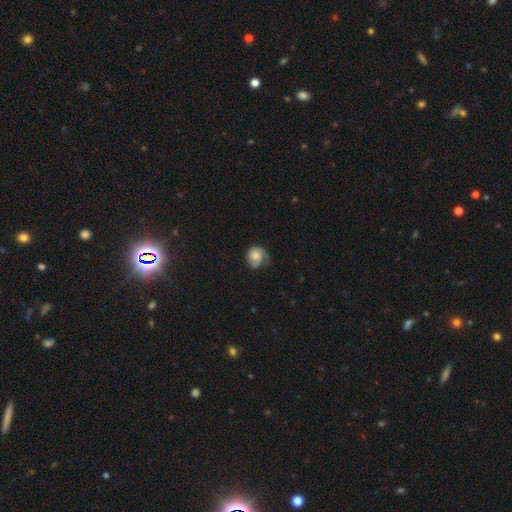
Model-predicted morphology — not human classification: smooth 55%, featured or disk 37%, star or artifact 8%. Down the decision tree: how rounded — round (67%); merging — none (45%).